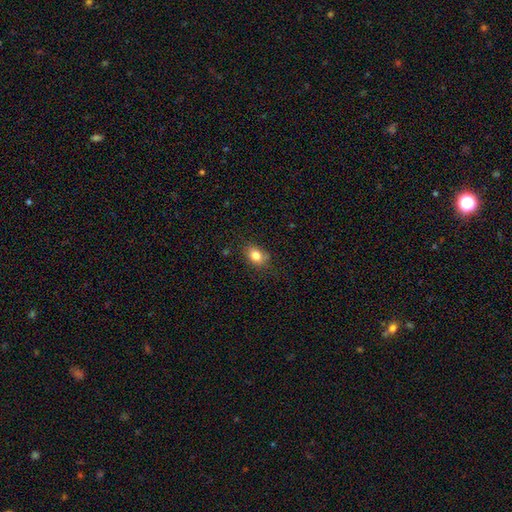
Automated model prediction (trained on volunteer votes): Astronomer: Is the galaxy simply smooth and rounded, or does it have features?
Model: smooth — 82%.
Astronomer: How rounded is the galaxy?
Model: in between — 68%.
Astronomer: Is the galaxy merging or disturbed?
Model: none — 78%.